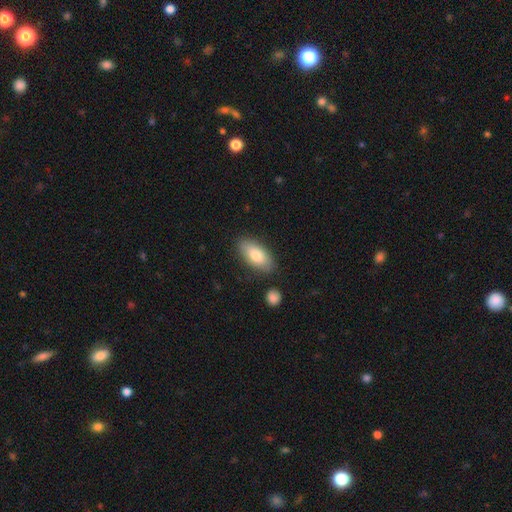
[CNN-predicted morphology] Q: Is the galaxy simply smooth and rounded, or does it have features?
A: smooth — 77%.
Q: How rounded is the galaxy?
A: in between — 89%.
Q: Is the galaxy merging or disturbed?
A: none — 82%.